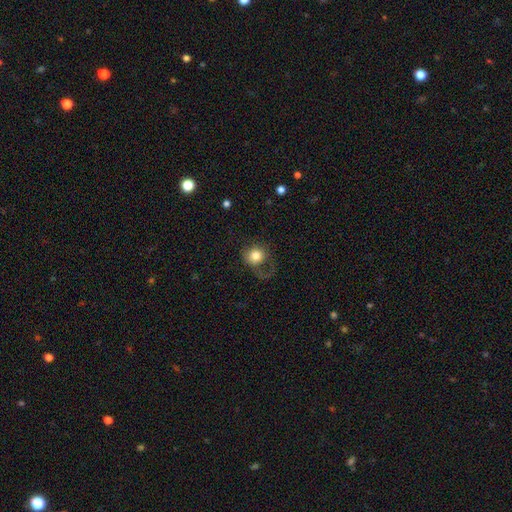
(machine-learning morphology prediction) smooth-or-featured: smooth: 76% | featured or disk: 15% | star or artifact: 9%
  how-rounded: round: 82% | in between: 18% | cigar-shaped: 1%
  merging: major disturbance: 39% (tied) | none: 39% (tied) | minor disturbance: 19% | merger: 2%